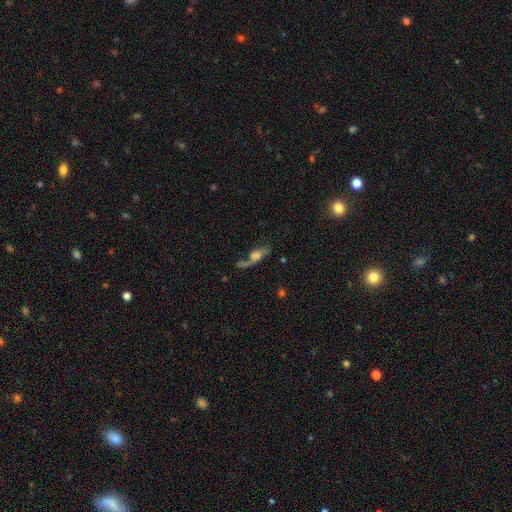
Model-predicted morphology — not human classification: Smooth or featured? Predicted: featured or disk (p=0.64). Edge-on disk? Predicted: no (p=0.68). Merging? Predicted: none (p=0.50).